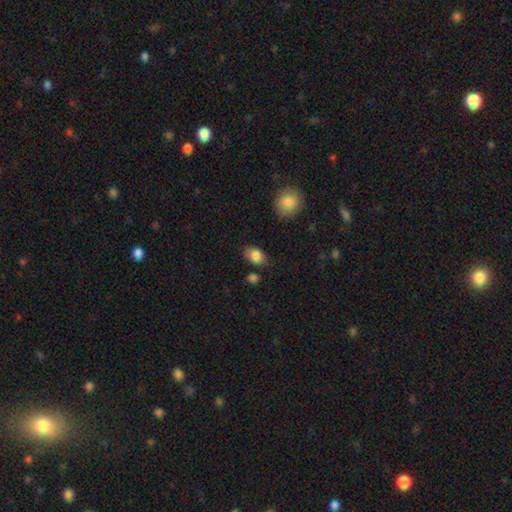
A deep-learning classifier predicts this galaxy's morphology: The model was most divided on "merging": none: 76%, minor disturbance: 16%, merger: 4%, major disturbance: 4%. More confident: smooth or featured — smooth (85%); how rounded — in between (85%).